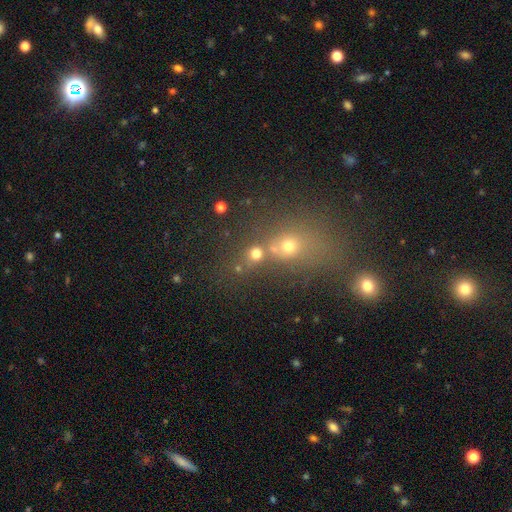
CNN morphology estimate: Overall: smooth (54%; star or artifact 30%). How rounded: round (66%; in between 31%). Merging: merger (44%; none 40%).